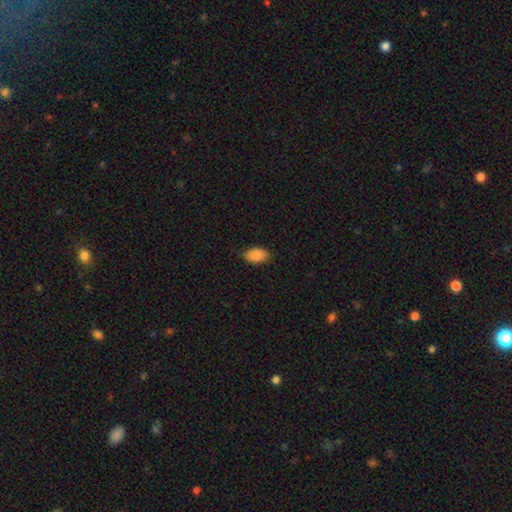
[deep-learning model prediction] smooth_or_featured: smooth (p=0.88) [alt: star or artifact p=0.07]
how_rounded: in between (p=0.93) [alt: round p=0.05]
merging: none (p=0.85) [alt: minor disturbance p=0.12]